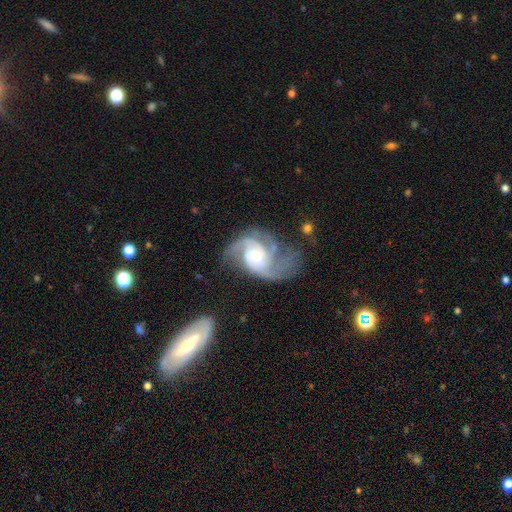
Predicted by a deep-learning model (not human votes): A featured or disk galaxy (89%) with no bar (62%), 2 (46%) medium (49%) spiral arms (97%) and a small central bulge (57%).

Vote fractions:
- Smooth or featured? featured or disk: 89% / smooth: 6% / star or artifact: 5%
- Edge-on disk? no: 98% / yes: 2%
- Bar? no: 62% / weak: 31% / strong: 7%
- Spiral arms? yes: 97% / no: 3%
- Spiral winding? medium: 49% / tight: 30% / loose: 20%
- Spiral arm count? 2: 46% / 3: 27% / can't tell: 12% / 4: 5% / 1: 5% / more than 4: 4%
- Bulge size? small: 57% / moderate: 35% / large: 4% / none: 3% / dominant: 1%
- Merging? none: 46% / major disturbance: 27% / minor disturbance: 21% / merger: 6%